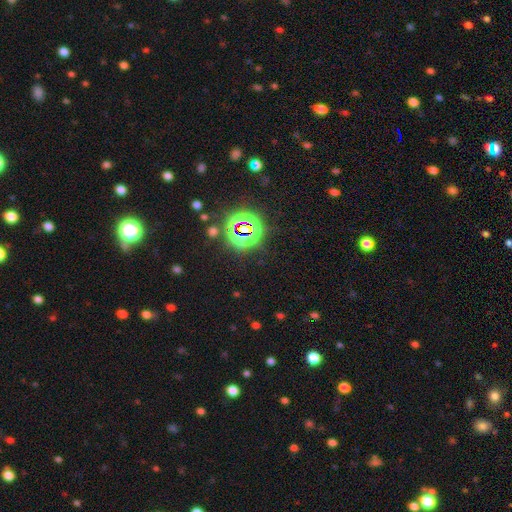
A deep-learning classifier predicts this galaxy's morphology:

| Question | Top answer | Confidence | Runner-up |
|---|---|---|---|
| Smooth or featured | star or artifact | 83% | smooth (11%) |